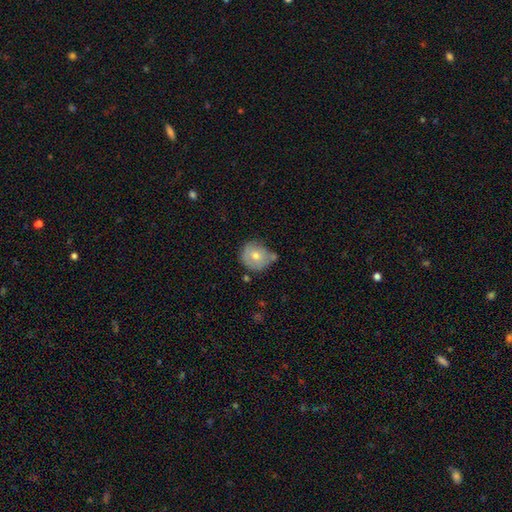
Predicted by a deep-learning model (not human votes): Smooth or featured?
  - smooth: 56% *
  - featured or disk: 34%
  - star or artifact: 10%
How rounded?
  - round: 85% *
  - in between: 14%
  - cigar-shaped: 1%
Merging?
  - none: 59% *
  - minor disturbance: 26%
  - merger: 9%
  - major disturbance: 6%